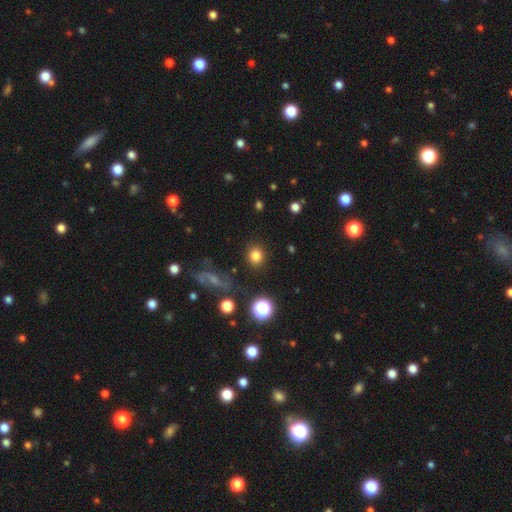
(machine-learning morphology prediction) Q: Smooth or featured?
A: smooth (79%); runner-up: star or artifact (14%)
Q: How rounded?
A: round (87%); runner-up: in between (11%)
Q: Merging?
A: none (87%); runner-up: minor disturbance (7%)